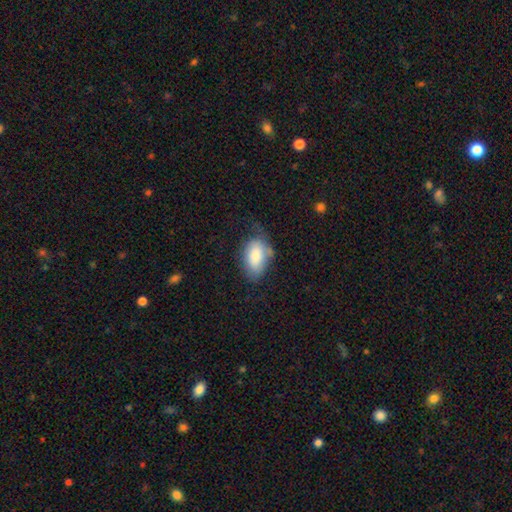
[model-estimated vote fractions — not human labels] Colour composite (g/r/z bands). It shows a smooth galaxy with no disk features (78%) that is in between round and cigar-shaped (93%). Merging: none (46%).